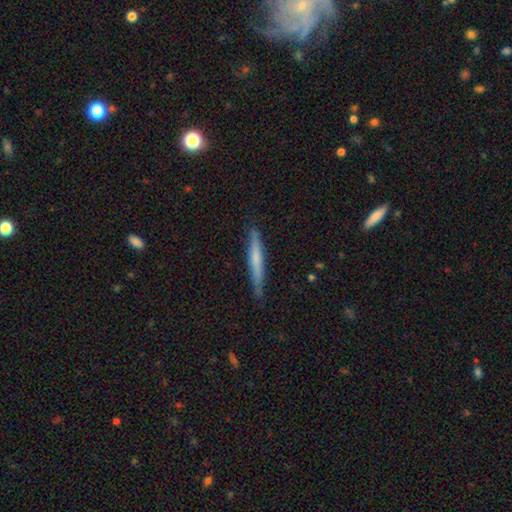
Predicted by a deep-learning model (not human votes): A smooth galaxy with no disk features (55%) that is cigar-shaped (95%).

Vote fractions:
- Smooth or featured? smooth: 55% / featured or disk: 40% / star or artifact: 6%
- How rounded? cigar-shaped: 95% / in between: 3% / round: 1%
- Merging? none: 83% / minor disturbance: 14% / major disturbance: 2% / merger: 1%